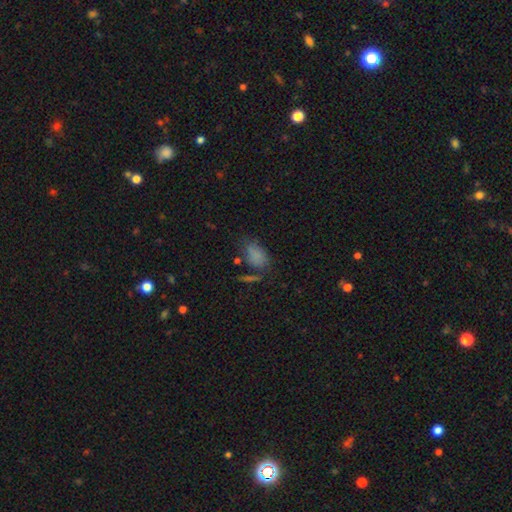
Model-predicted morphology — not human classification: This appears to be a smooth galaxy with no disk features (75%) that is in between round and cigar-shaped (86%). Merging: none (50%).